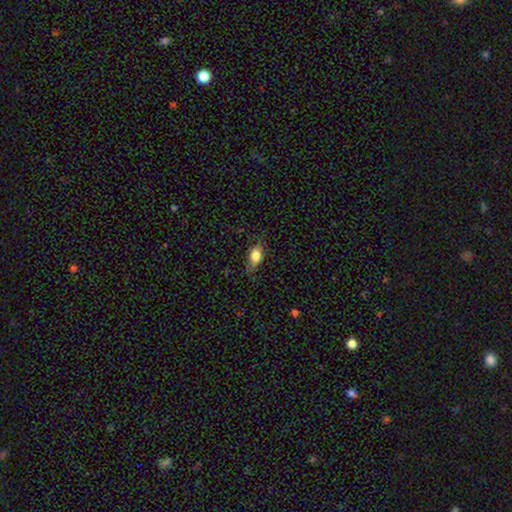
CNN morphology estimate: A smooth galaxy with no disk features (77%) that is in between round and cigar-shaped (79%). Merging: none (75%).